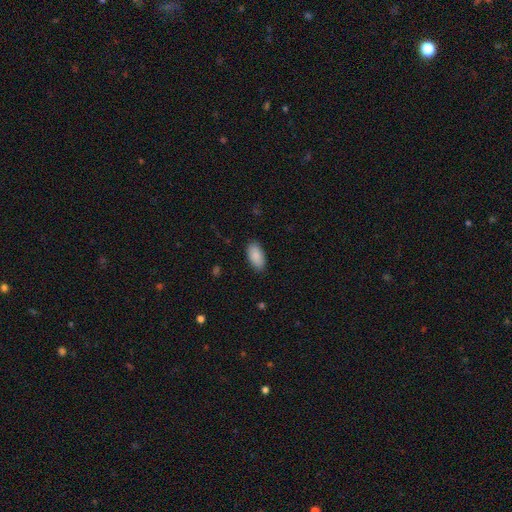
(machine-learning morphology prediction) smooth_or_featured: smooth (p=0.89) [alt: star or artifact p=0.06]
how_rounded: in between (p=0.94) [alt: cigar-shaped p=0.04]
merging: none (p=0.87) [alt: minor disturbance p=0.10]